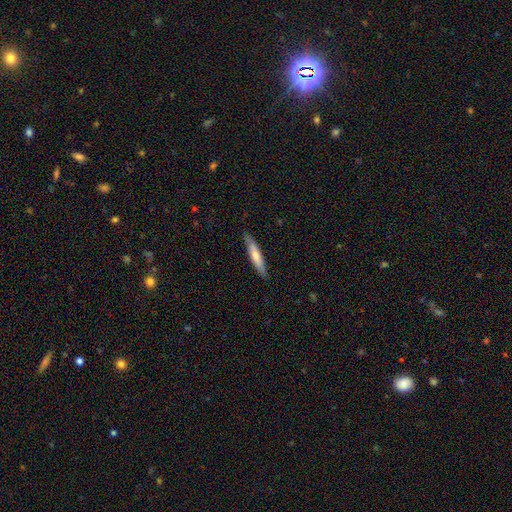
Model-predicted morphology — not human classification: The model was most divided on "smooth or featured": smooth: 67%, featured or disk: 28%, star or artifact: 5%. More confident: how rounded — cigar-shaped (89%); merging — none (87%).